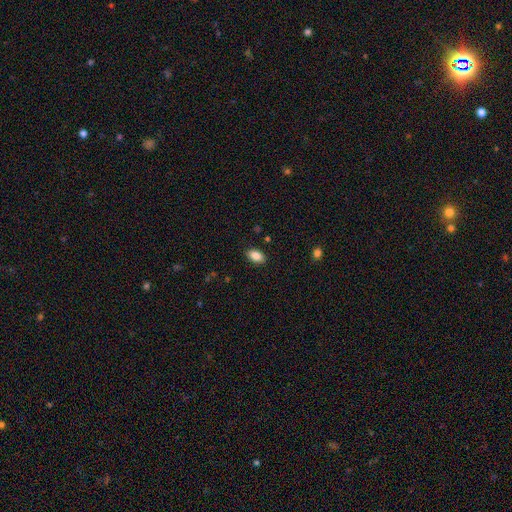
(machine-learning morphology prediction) The model was most divided on "smooth or featured": smooth: 87%, star or artifact: 8%, featured or disk: 5%. More confident: how rounded — in between (92%); merging — none (88%).